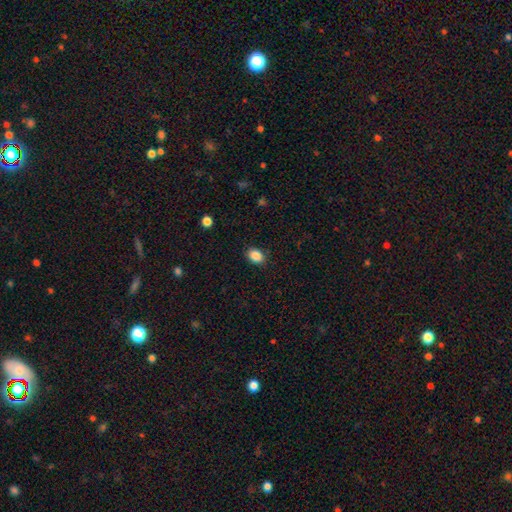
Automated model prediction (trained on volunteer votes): Smooth or featured? smooth (88%)
How rounded? in between (67%)
Merging? none (88%)